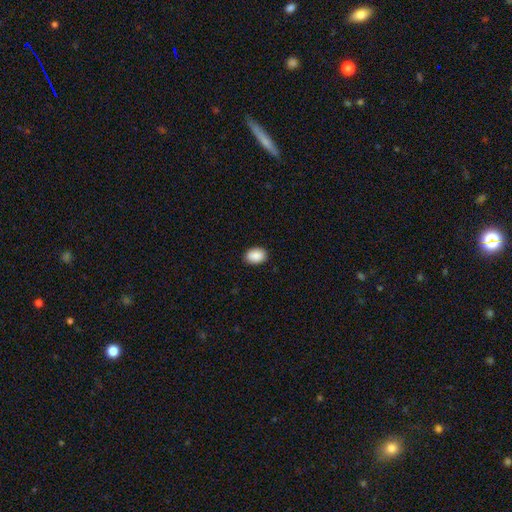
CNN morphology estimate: Q: Smooth or featured?
A: smooth (90%); runner-up: star or artifact (7%)
Q: How rounded?
A: in between (82%); runner-up: round (17%)
Q: Merging?
A: none (89%); runner-up: minor disturbance (8%)